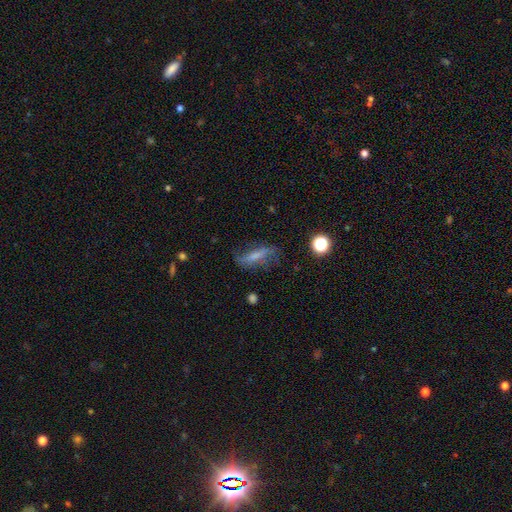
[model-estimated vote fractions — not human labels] Q: Smooth or featured?
A: smooth (52%); runner-up: featured or disk (35%)
Q: How rounded?
A: cigar-shaped (57%); runner-up: in between (39%)
Q: Merging?
A: none (58%); runner-up: minor disturbance (25%)